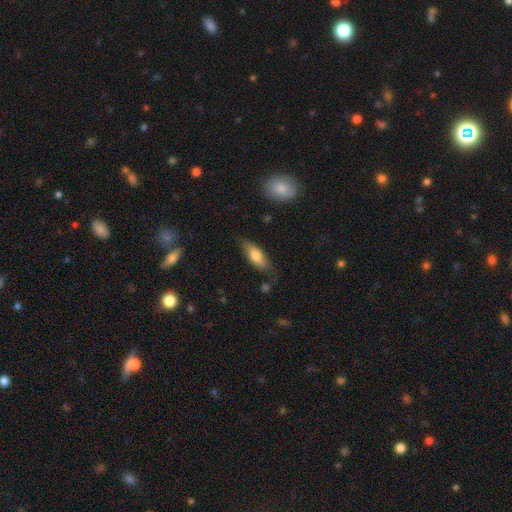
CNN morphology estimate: smooth_or_featured: smooth (p=0.70) [alt: featured or disk p=0.23]
how_rounded: in between (p=0.65) [alt: cigar-shaped p=0.32]
merging: none (p=0.74) [alt: minor disturbance p=0.19]